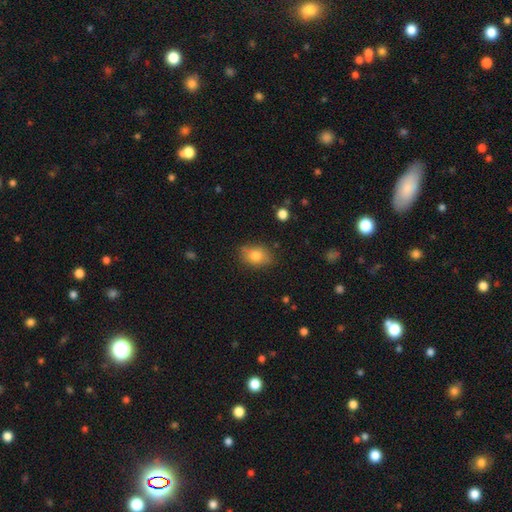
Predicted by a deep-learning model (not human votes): This appears to be a smooth galaxy with no disk features (78%) that is in between round and cigar-shaped (77%). Merging: none (80%).